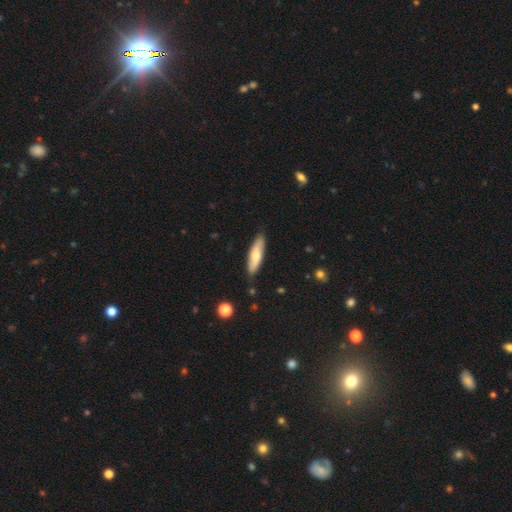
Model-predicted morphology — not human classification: The model was most divided on "how rounded": cigar-shaped: 60%, in between: 38%, round: 2%. More confident: merging — none (85%); smooth or featured — smooth (63%).